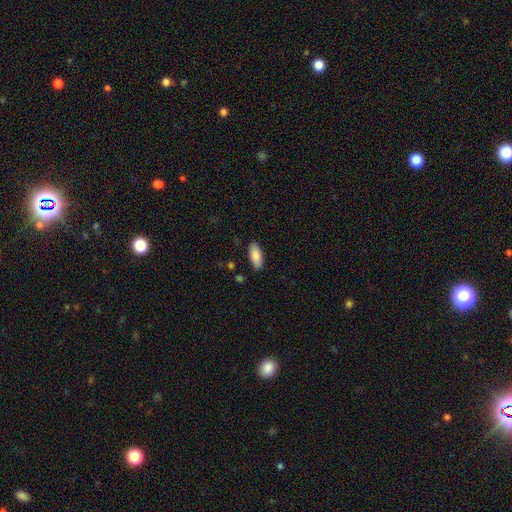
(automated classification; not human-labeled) This appears to be a smooth galaxy with no disk features (87%) that is in between round and cigar-shaped (87%). Merging: none (86%).